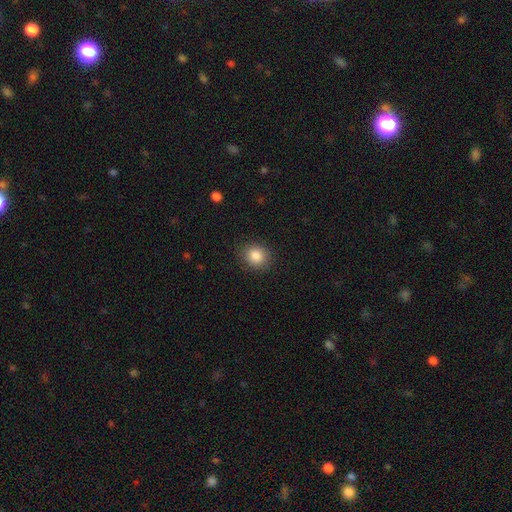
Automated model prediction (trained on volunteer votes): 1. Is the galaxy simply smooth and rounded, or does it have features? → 85% smooth, 10% star or artifact, 5% featured or disk.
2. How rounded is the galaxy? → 78% round, 21% in between, 1% cigar-shaped.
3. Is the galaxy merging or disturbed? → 87% none, 9% minor disturbance, 3% major disturbance, 1% merger.